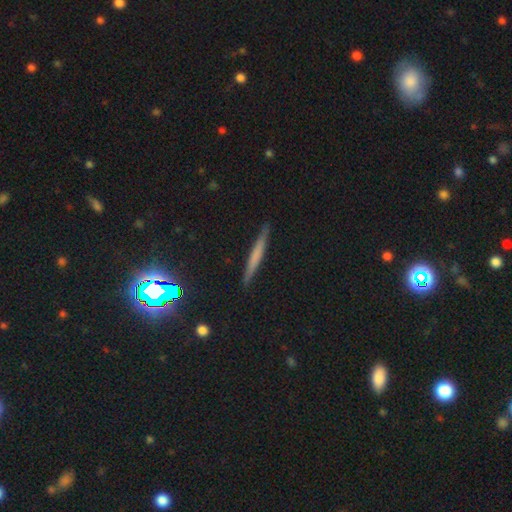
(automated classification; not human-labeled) A smooth galaxy with no disk features (50%).

Vote fractions:
- Smooth or featured? smooth: 50% / featured or disk: 38% / star or artifact: 12%
- Merging? none: 89% / minor disturbance: 8% / major disturbance: 2% / merger: 1%